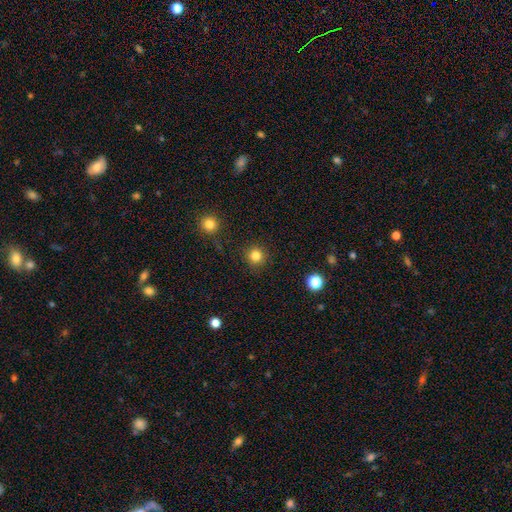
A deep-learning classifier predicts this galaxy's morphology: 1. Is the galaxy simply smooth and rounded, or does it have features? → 82% smooth, 13% star or artifact, 5% featured or disk.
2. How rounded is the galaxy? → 95% round, 5% in between, 1% cigar-shaped.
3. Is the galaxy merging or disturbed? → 90% none, 6% minor disturbance, 2% major disturbance, 2% merger.